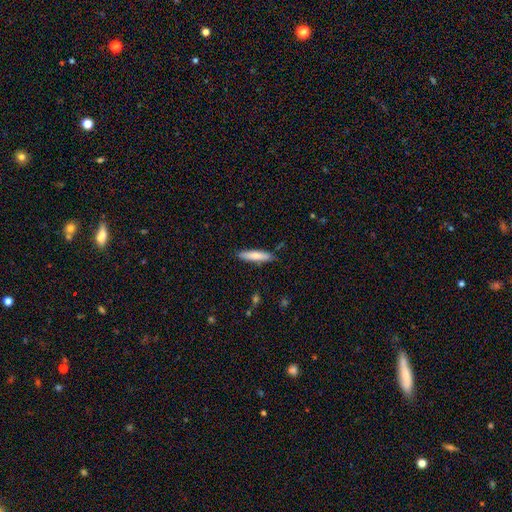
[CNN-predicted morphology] Q: Smooth or featured?
A: smooth (71%); runner-up: featured or disk (24%)
Q: How rounded?
A: cigar-shaped (83%); runner-up: in between (16%)
Q: Merging?
A: none (86%); runner-up: minor disturbance (10%)